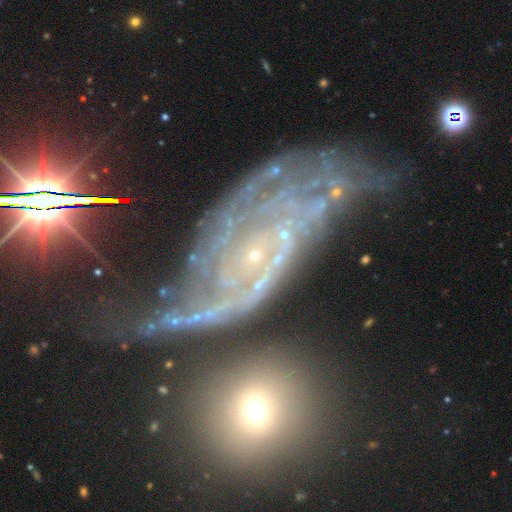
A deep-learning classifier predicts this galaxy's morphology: This is clearly a featured or disk galaxy (83%). It is clearly not viewed edge-on (94%). Bar: likely no (64%). Spiral arm pattern: clearly yes (91%). Spiral arm count: marginally 2 (32%). Spiral winding: possibly tight (48%). Central bulge: clearly small (81%). Merging: marginally none (40%).